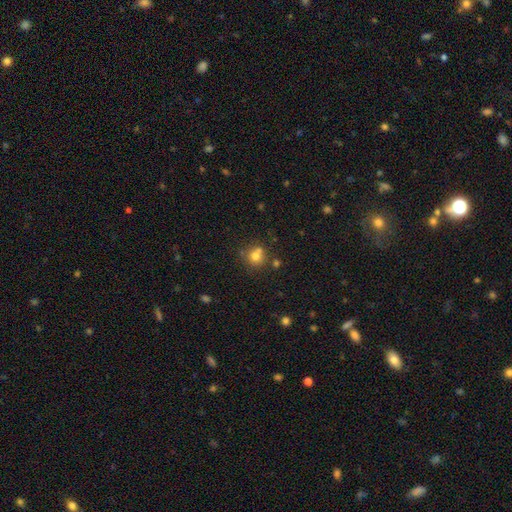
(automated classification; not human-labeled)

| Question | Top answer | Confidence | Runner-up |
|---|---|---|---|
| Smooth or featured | smooth | 74% | star or artifact (14%) |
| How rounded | round | 85% | in between (14%) |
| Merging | none | 59% | merger (25%) |